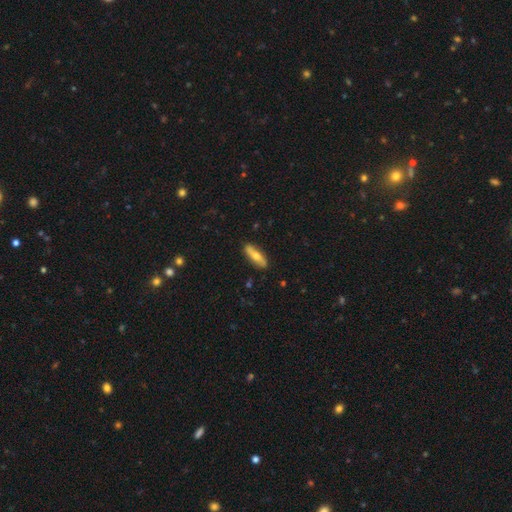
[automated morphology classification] Q: Smooth or featured?
A: smooth (61%); runner-up: featured or disk (34%)
Q: How rounded?
A: cigar-shaped (54%); runner-up: in between (44%)
Q: Merging?
A: none (86%); runner-up: minor disturbance (11%)